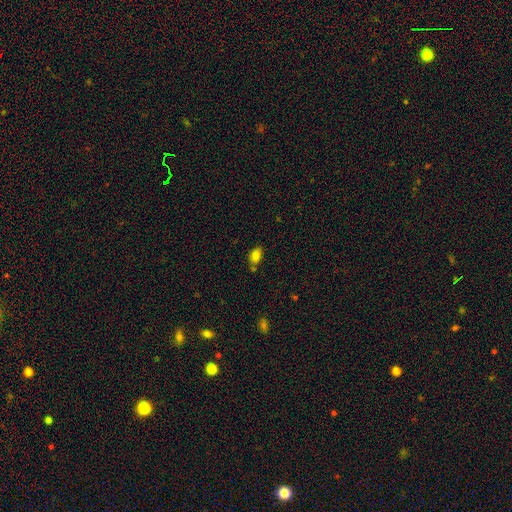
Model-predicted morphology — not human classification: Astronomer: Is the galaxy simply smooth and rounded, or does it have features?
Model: smooth — 81%.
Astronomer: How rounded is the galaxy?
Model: in between — 82%.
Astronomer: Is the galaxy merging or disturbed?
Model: none — 69%.